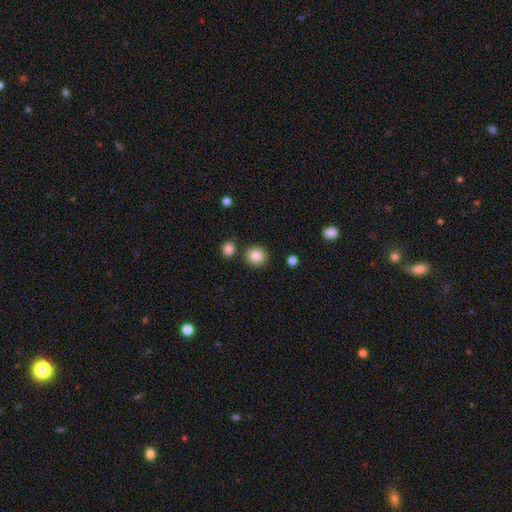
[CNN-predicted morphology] Overall: smooth (86%). How rounded: round (91%). Merging: none (85%).